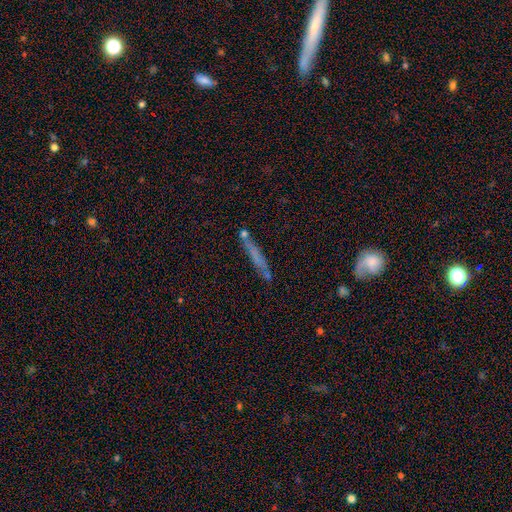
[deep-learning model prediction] Smooth or featured? smooth (55%)
How rounded? cigar-shaped (91%)
Merging? none (69%)